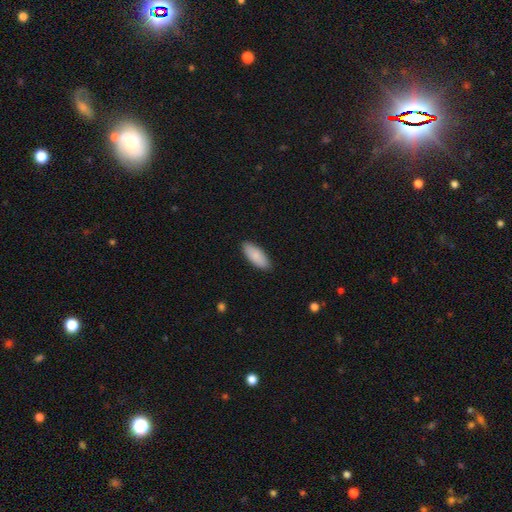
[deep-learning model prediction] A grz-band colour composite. It shows a smooth galaxy with no disk features (88%) that is in between round and cigar-shaped (84%). Merging: none (88%).